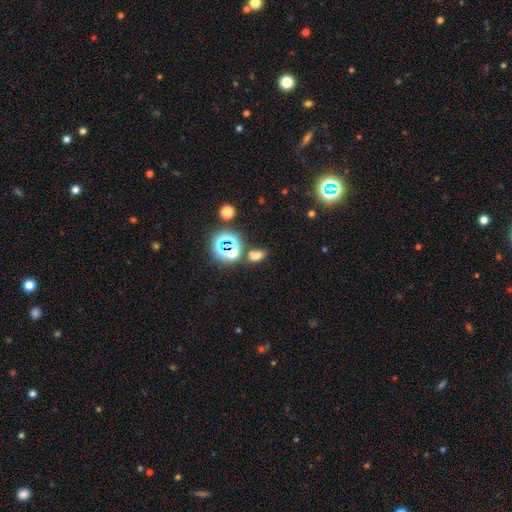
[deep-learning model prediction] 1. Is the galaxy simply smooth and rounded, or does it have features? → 59% smooth, 32% star or artifact, 9% featured or disk.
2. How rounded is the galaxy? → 78% in between, 18% round, 4% cigar-shaped.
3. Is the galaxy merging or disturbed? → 70% none, 14% merger, 11% minor disturbance, 4% major disturbance.